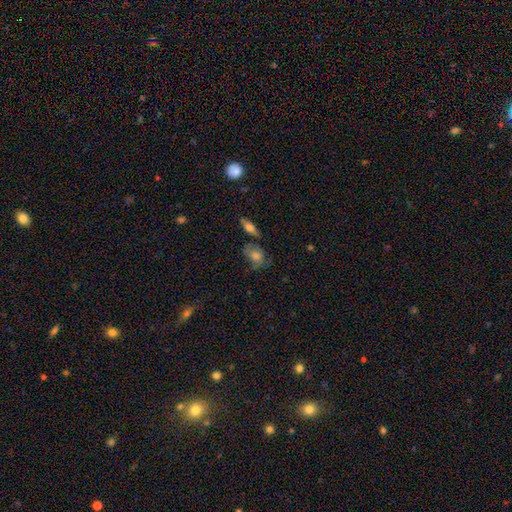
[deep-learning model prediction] Overall: smooth (55%; featured or disk 33%). How rounded: in between (59%; round 37%). Merging: none (55%; minor disturbance 22%).